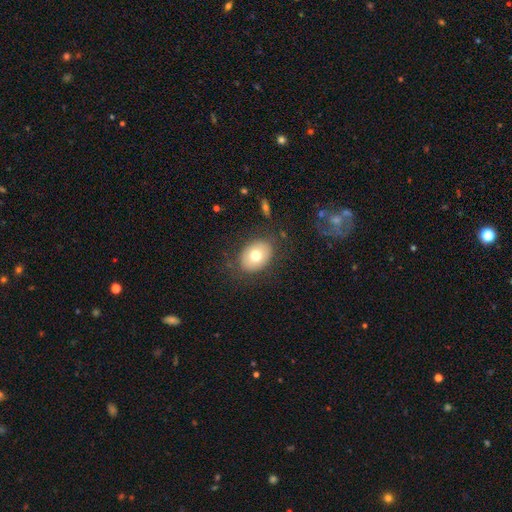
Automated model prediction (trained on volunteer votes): The model was most divided on "how rounded": in between: 71%, round: 28%, cigar-shaped: 1%. More confident: merging — none (81%); smooth or featured — smooth (73%).